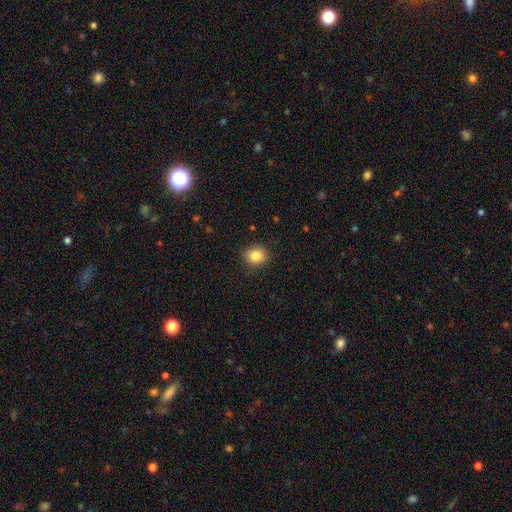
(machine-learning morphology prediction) smooth_or_featured: smooth (p=0.85) [alt: star or artifact p=0.10]
how_rounded: round (p=0.73) [alt: in between p=0.26]
merging: none (p=0.88) [alt: minor disturbance p=0.09]